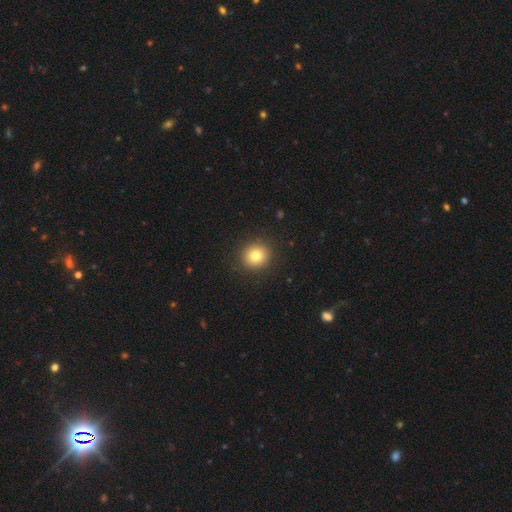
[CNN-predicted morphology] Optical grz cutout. It shows a smooth galaxy with no disk features (81%) that is round (88%). Merging: none (91%).